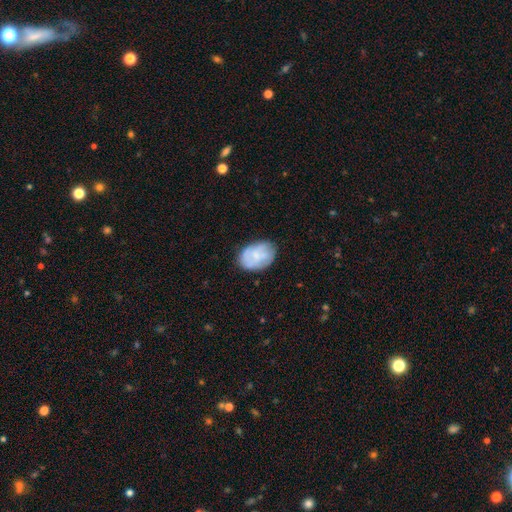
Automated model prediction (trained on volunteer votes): Smooth or featured? smooth (58%)
How rounded? in between (76%)
Merging? none (73%)